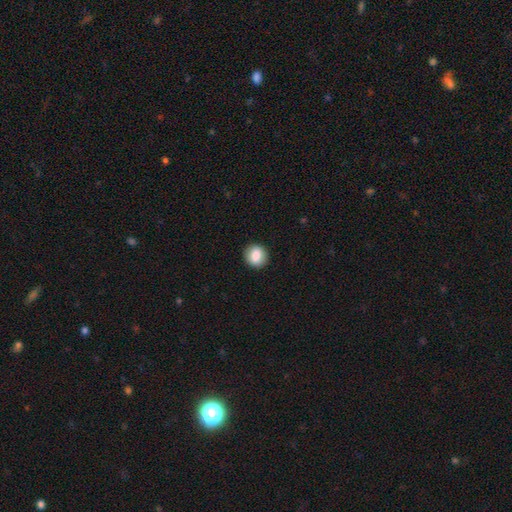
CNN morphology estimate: Q: Smooth or featured?
A: smooth (84%); runner-up: featured or disk (9%)
Q: How rounded?
A: round (84%); runner-up: in between (15%)
Q: Merging?
A: none (91%); runner-up: minor disturbance (6%)